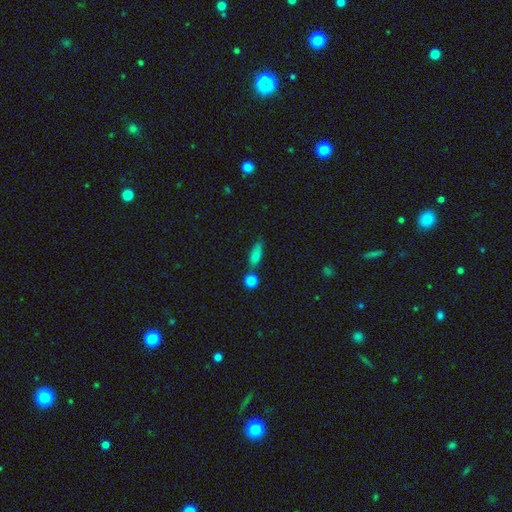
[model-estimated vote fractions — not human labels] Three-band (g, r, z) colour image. It shows a smooth galaxy with no disk features (79%) that is in between round and cigar-shaped (53%). Merging: none (57%).